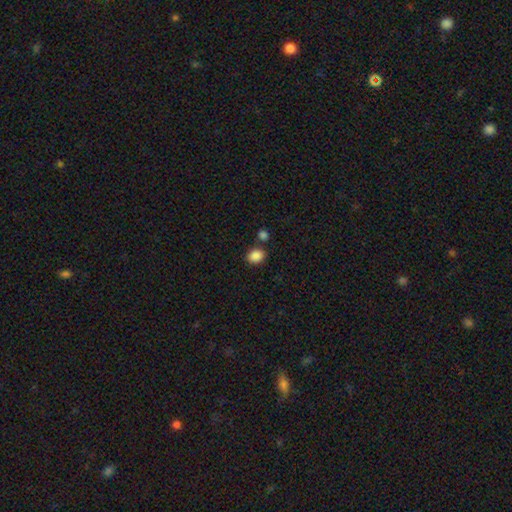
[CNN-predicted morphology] smooth 87%, star or artifact 9%, featured or disk 4%. Down the decision tree: how rounded — in between (55%); merging — none (77%).